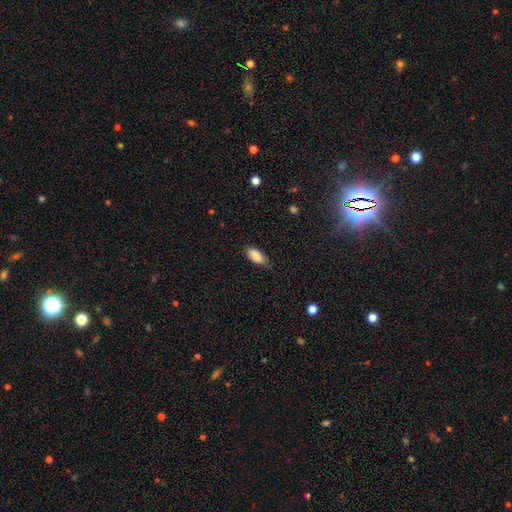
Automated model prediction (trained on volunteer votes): This appears to be a smooth galaxy with no disk features (88%) that is in between round and cigar-shaped (87%). Merging: none (70%).